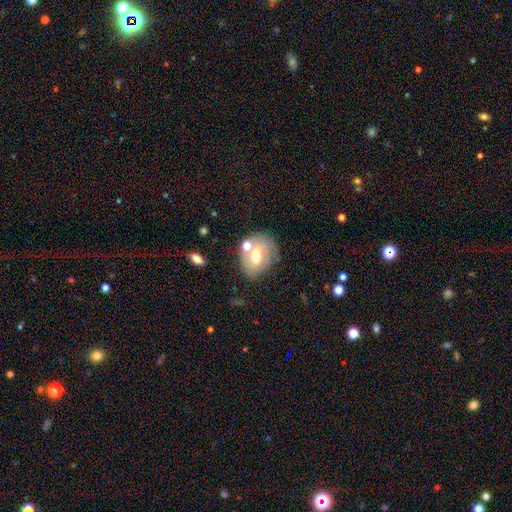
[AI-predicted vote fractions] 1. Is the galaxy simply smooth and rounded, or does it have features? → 48% featured or disk, 43% smooth, 8% star or artifact.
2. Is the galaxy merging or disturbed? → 59% none, 18% minor disturbance, 16% merger, 7% major disturbance.